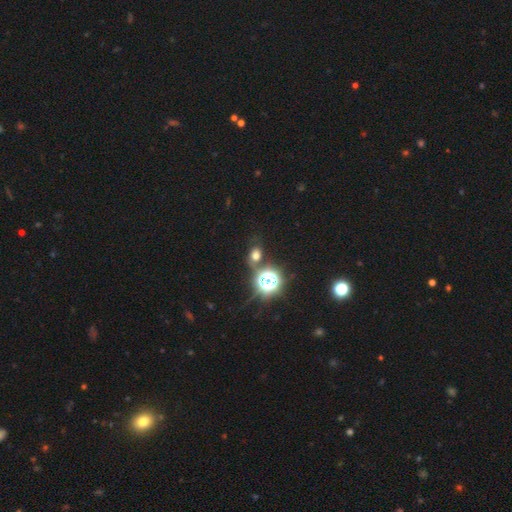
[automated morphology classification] The model was most divided on "how rounded": in between: 57%, round: 41%, cigar-shaped: 2%. More confident: merging — none (71%); smooth or featured — smooth (57%).